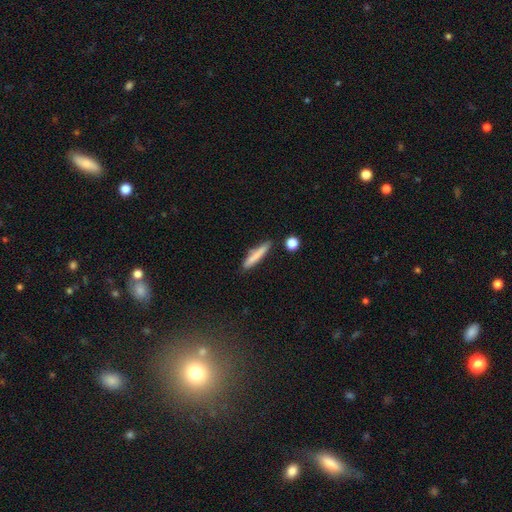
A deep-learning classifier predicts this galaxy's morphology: Smooth or featured? Predicted: smooth (p=0.75). How rounded? Predicted: cigar-shaped (p=0.91). Merging? Predicted: none (p=0.78).